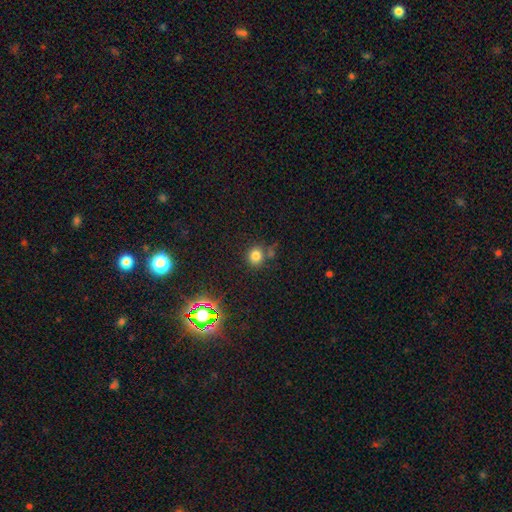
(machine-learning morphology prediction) Smooth or featured: smooth — 77% (star or artifact — 17%)
How rounded: round — 84% (in between — 15%)
Merging: none — 72% (merger — 12%)